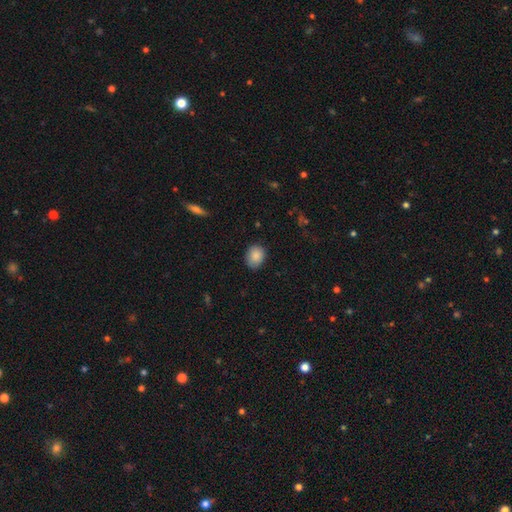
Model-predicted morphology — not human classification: Smooth or featured? smooth (88%)
How rounded? round (51%)
Merging? none (82%)